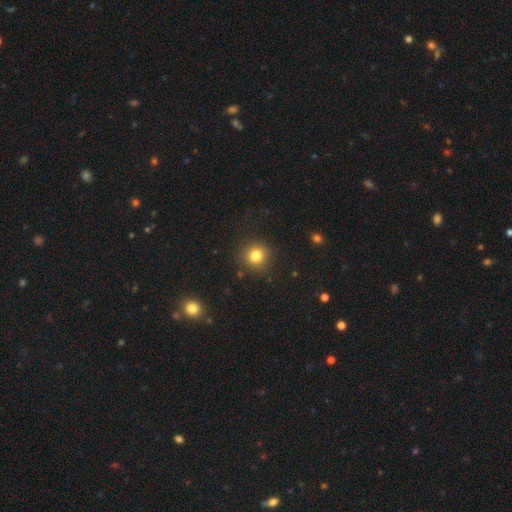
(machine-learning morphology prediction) Smooth or featured? Predicted: smooth (p=0.80). How rounded? Predicted: round (p=0.93). Merging? Predicted: none (p=0.89).